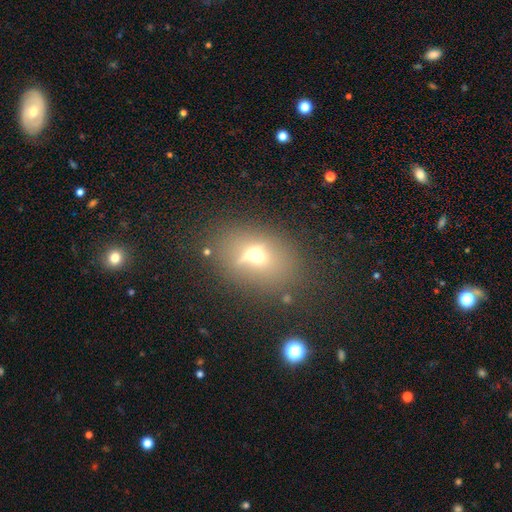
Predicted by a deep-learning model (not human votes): The model was most divided on "how rounded": in between: 56%, round: 41%, cigar-shaped: 3%. More confident: merging — none (56%); smooth or featured — smooth (50%).